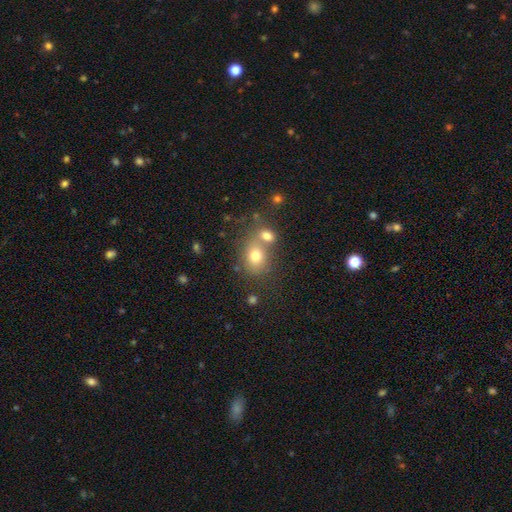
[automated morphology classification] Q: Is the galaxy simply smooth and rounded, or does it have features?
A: smooth — 73%.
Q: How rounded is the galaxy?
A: round — 57%.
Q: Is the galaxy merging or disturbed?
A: none — 46%.